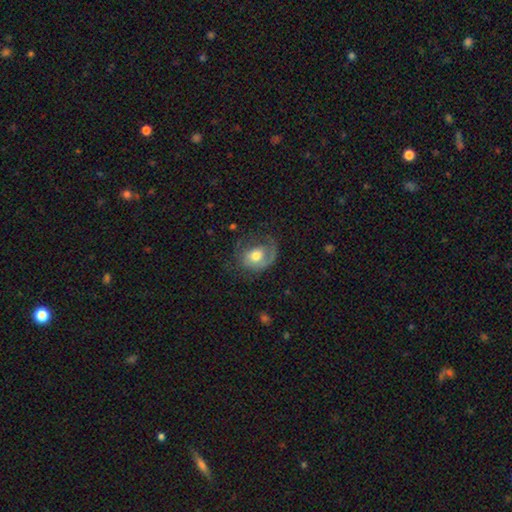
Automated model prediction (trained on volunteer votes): The model was most divided on "smooth or featured": featured or disk: 54%, smooth: 39%, star or artifact: 7%. Remaining: edge-on disk — no (96%); spiral arms — yes (74%); bar — no (73%); bulge size — moderate (67%); merging — none (49%).